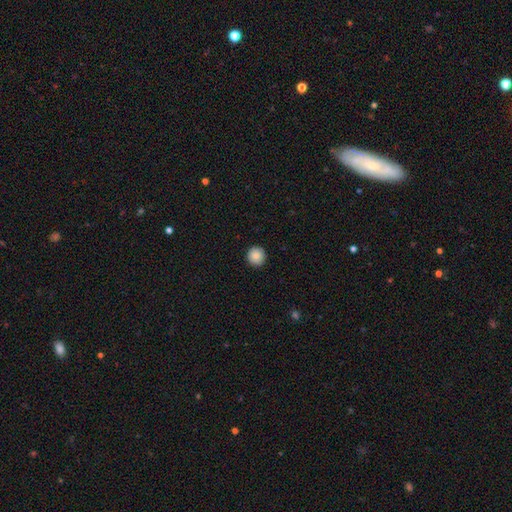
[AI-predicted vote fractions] Smooth or featured?
  - smooth: 85% *
  - star or artifact: 9%
  - featured or disk: 6%
How rounded?
  - round: 95% *
  - in between: 4%
  - cigar-shaped: 1%
Merging?
  - none: 93% *
  - minor disturbance: 5%
  - major disturbance: 1%
  - merger: 1%